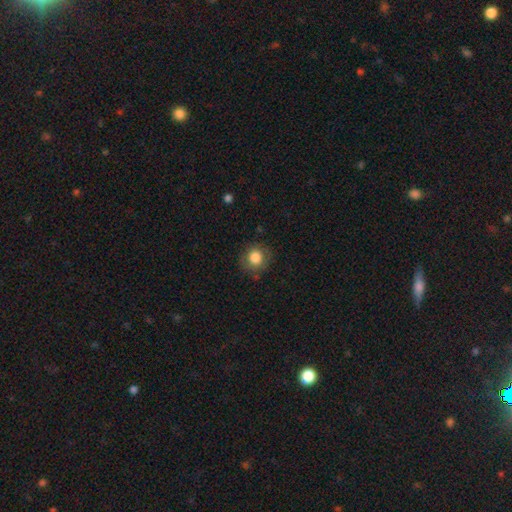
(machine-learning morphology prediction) Smooth or featured: smooth — 81% (featured or disk — 10%)
How rounded: round — 87% (in between — 12%)
Merging: none — 81% (minor disturbance — 14%)